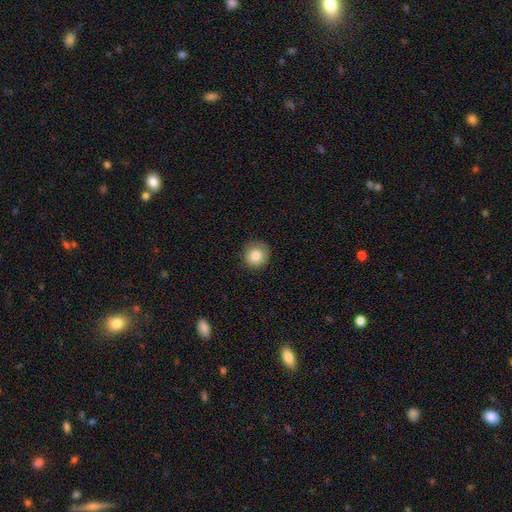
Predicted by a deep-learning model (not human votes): Smooth or featured? Predicted: smooth (p=0.82). How rounded? Predicted: round (p=0.93). Merging? Predicted: none (p=0.84).